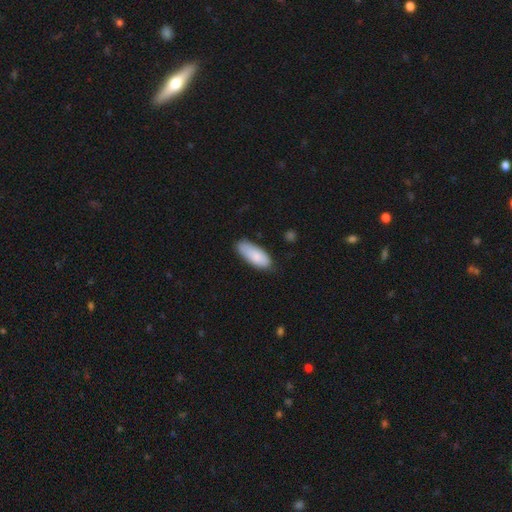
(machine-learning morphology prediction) Smooth or featured? Predicted: smooth (p=0.85). How rounded? Predicted: in between (p=0.80). Merging? Predicted: none (p=0.72).